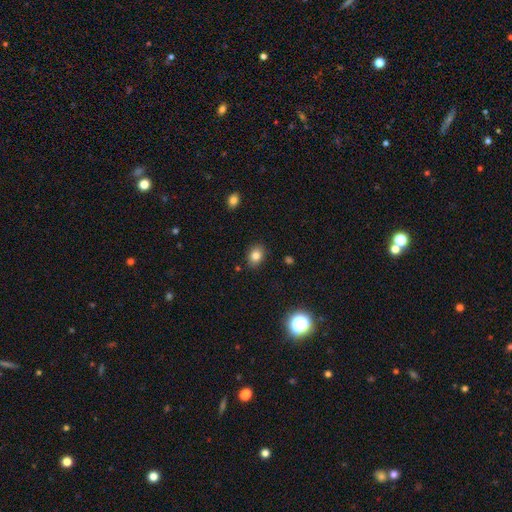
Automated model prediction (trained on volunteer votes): A smooth galaxy with no disk features (81%) that is in between round and cigar-shaped (65%).

Vote fractions:
- Smooth or featured? smooth: 81% / star or artifact: 11% / featured or disk: 8%
- How rounded? in between: 65% / round: 34% / cigar-shaped: 1%
- Merging? none: 86% / minor disturbance: 10% / major disturbance: 2% / merger: 2%